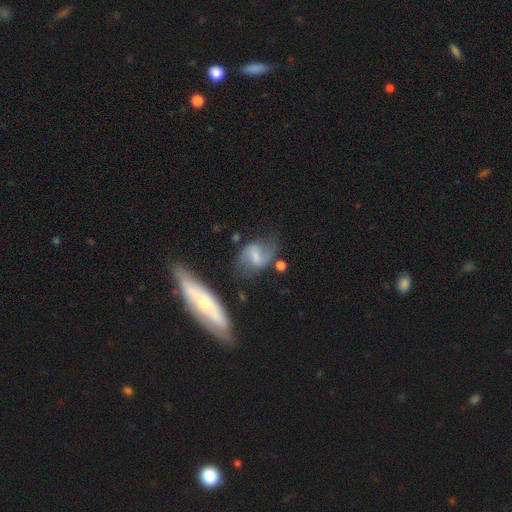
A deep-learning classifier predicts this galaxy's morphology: A featured or disk galaxy (56%) with a weak bar (48%), spiral arms (81%) and a small central bulge (38%). Merging: none (56%).